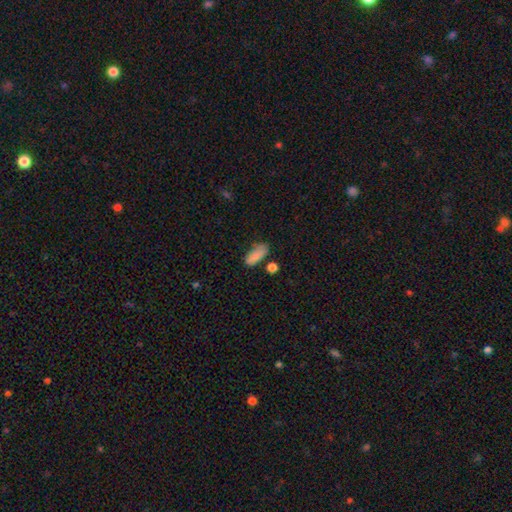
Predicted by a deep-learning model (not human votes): This is clearly a smooth galaxy (86%). How rounded: likely in between (77%). Merging: likely none (66%).